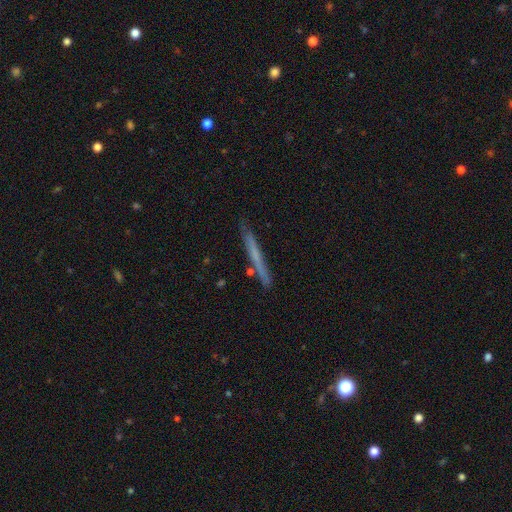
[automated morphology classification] smooth-or-featured: smooth: 53% | featured or disk: 41% | star or artifact: 7%
  how-rounded: cigar-shaped: 97% | in between: 2% | round: 1%
  merging: none: 85% | minor disturbance: 11% | merger: 2% | major disturbance: 2%